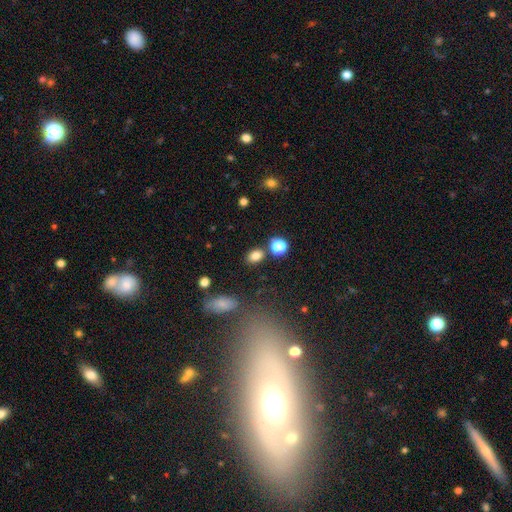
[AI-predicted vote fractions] A smooth galaxy with no disk features (80%) that is in between round and cigar-shaped (67%).

Vote fractions:
- Smooth or featured? smooth: 80% / star or artifact: 13% / featured or disk: 7%
- How rounded? in between: 67% / round: 31% / cigar-shaped: 1%
- Merging? none: 77% / minor disturbance: 10% / merger: 9% / major disturbance: 4%